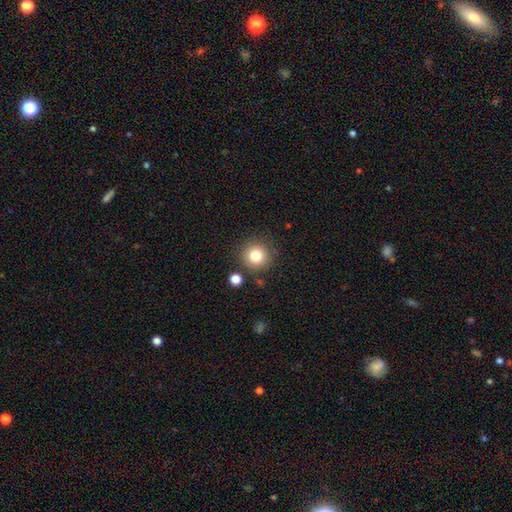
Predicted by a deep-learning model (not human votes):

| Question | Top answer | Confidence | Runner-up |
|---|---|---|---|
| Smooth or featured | smooth | 80% | star or artifact (12%) |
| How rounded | round | 95% | in between (4%) |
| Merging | none | 85% | minor disturbance (8%) |